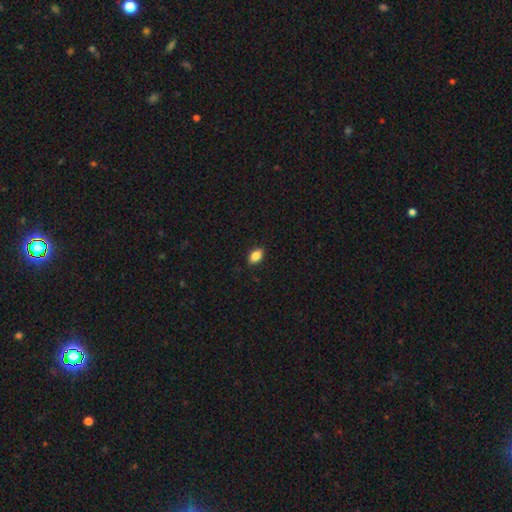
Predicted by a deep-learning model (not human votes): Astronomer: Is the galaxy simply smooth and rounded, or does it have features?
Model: smooth — 86%.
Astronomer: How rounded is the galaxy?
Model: in between — 89%.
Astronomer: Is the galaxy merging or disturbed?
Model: none — 88%.